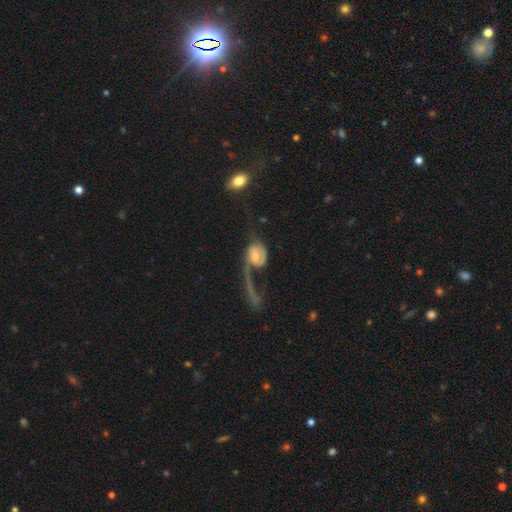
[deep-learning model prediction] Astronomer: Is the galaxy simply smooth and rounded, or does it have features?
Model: featured or disk — 66%.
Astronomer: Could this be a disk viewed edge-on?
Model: no — 97%.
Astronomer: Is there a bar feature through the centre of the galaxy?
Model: no — 61%.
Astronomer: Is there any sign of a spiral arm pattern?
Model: yes — 78%.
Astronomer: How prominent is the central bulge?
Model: moderate — 41% (runner-up: small, 38%).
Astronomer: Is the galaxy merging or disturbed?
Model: major disturbance — 54%.